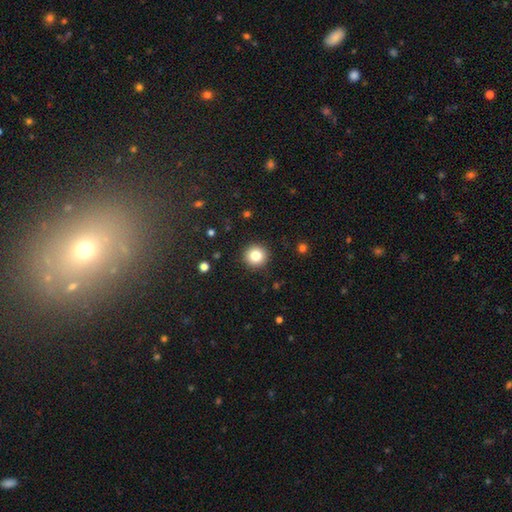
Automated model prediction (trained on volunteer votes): The model was most divided on "smooth or featured": smooth: 82%, star or artifact: 11%, featured or disk: 7%. More confident: how rounded — round (95%); merging — none (92%).